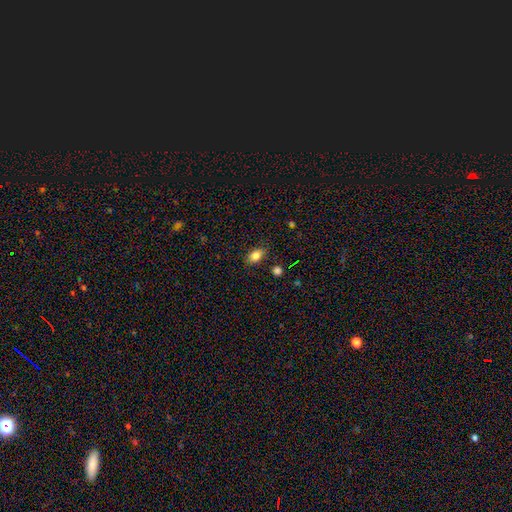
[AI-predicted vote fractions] Smooth or featured?
  - smooth: 82% *
  - star or artifact: 10%
  - featured or disk: 8%
How rounded?
  - in between: 78% *
  - round: 20%
  - cigar-shaped: 2%
Merging?
  - none: 83% *
  - minor disturbance: 12%
  - merger: 3%
  - major disturbance: 2%